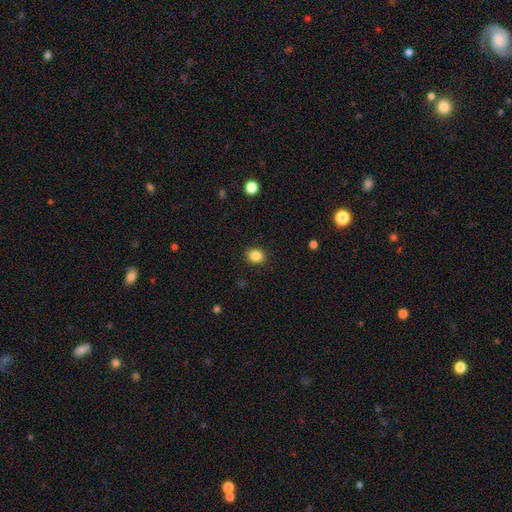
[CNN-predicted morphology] This is clearly a smooth galaxy (86%). How rounded: likely round (62%). Merging: clearly none (90%).